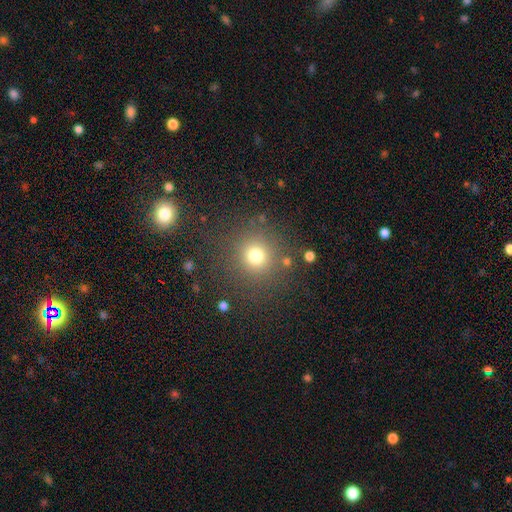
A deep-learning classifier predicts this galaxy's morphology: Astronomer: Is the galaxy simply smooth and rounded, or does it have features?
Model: smooth — 74%.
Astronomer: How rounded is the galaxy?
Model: round — 93%.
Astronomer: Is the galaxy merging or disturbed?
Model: none — 83%.